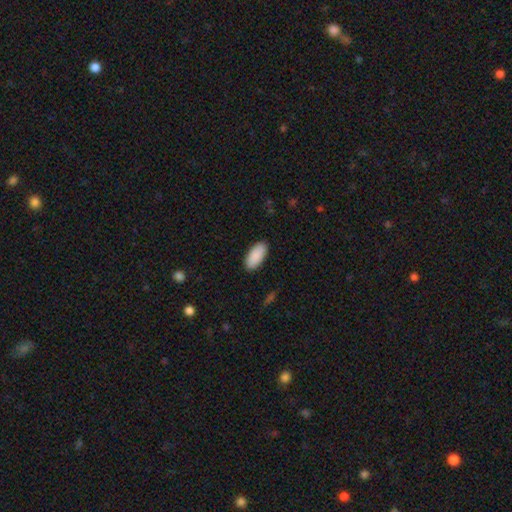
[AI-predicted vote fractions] smooth_or_featured: smooth (p=0.91) [alt: star or artifact p=0.06]
how_rounded: in between (p=0.91) [alt: cigar-shaped p=0.07]
merging: none (p=0.89) [alt: minor disturbance p=0.08]